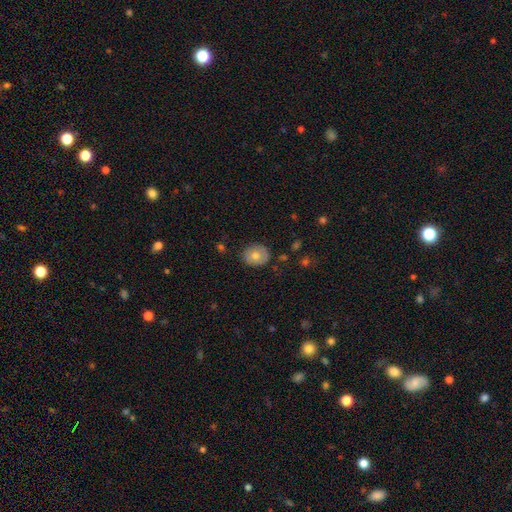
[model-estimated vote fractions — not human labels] smooth-or-featured: smooth: 71% | featured or disk: 21% | star or artifact: 8%
  how-rounded: round: 73% | in between: 26% | cigar-shaped: 1%
  merging: none: 82% | minor disturbance: 14% | major disturbance: 3% | merger: 2%